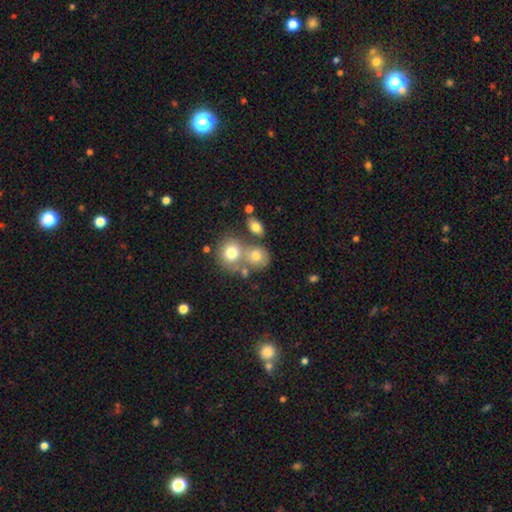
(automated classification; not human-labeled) This is likely a smooth galaxy (72%). How rounded: likely round (66%). Merging: marginally merger (42%).